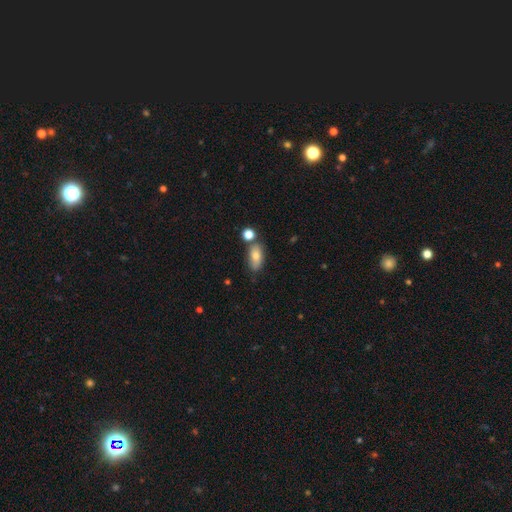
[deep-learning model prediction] A smooth galaxy with no disk features (76%) that is in between round and cigar-shaped (85%). Merging: none (66%).